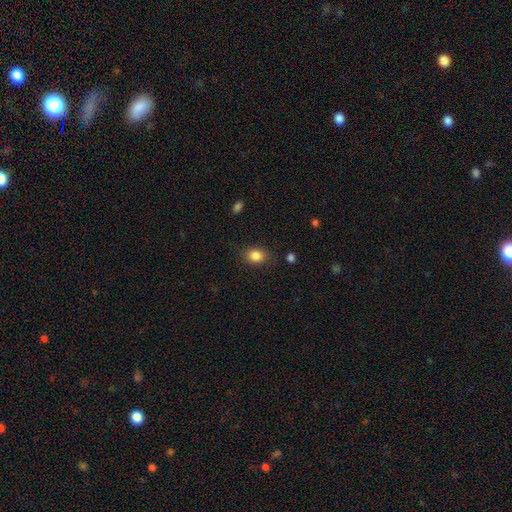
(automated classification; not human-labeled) Smooth or featured? Predicted: smooth (p=0.85). How rounded? Predicted: in between (p=0.55). Merging? Predicted: none (p=0.82).